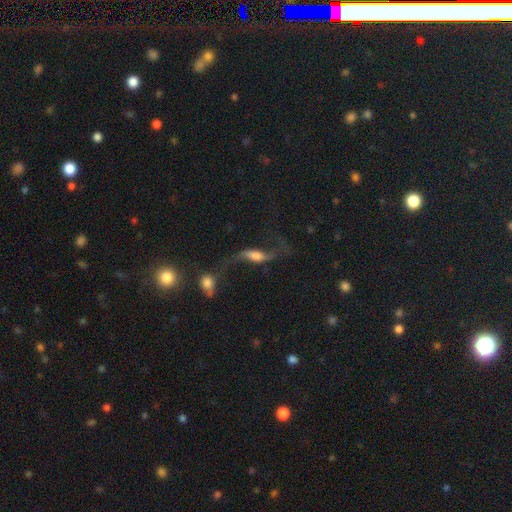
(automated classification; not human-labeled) Q: Smooth or featured?
A: featured or disk (69%); runner-up: smooth (21%)
Q: Edge-on disk?
A: no (83%); runner-up: yes (17%)
Q: Bar?
A: no (38%); runner-up: weak (37%)
Q: Spiral arms?
A: yes (89%); runner-up: no (11%)
Q: Spiral winding?
A: loose (91%); runner-up: medium (6%)
Q: Spiral arm count?
A: 2 (89%); runner-up: 1 (5%)
Q: Bulge size?
A: moderate (31%); runner-up: large (27%)
Q: Merging?
A: none (36%); runner-up: merger (27%)